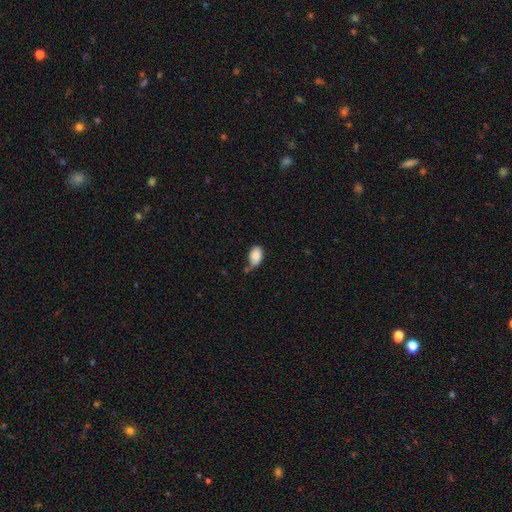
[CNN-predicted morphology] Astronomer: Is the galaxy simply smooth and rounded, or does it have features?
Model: smooth — 88%.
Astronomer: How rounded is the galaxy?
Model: in between — 89%.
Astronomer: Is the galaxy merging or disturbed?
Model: none — 47% (runner-up: minor disturbance, 33%).